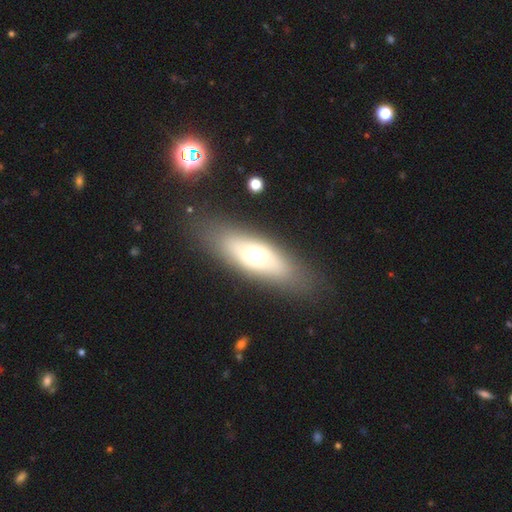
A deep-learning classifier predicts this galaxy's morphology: This appears to be a smooth galaxy with no disk features (53%) that is in between round and cigar-shaped (59%). Merging: none (82%).